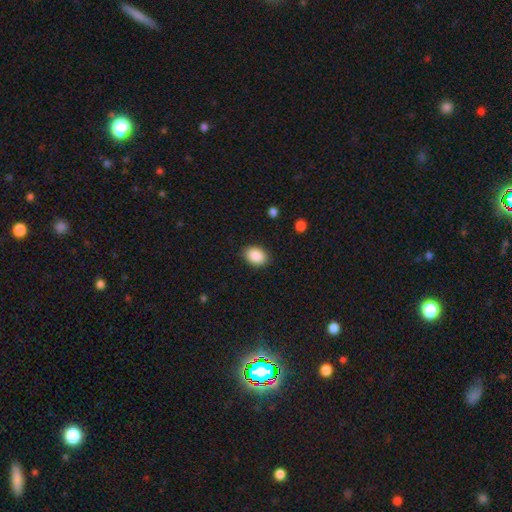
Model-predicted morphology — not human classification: smooth 90%, star or artifact 7%, featured or disk 3%. Down the decision tree: how rounded — in between (73%); merging — none (87%).